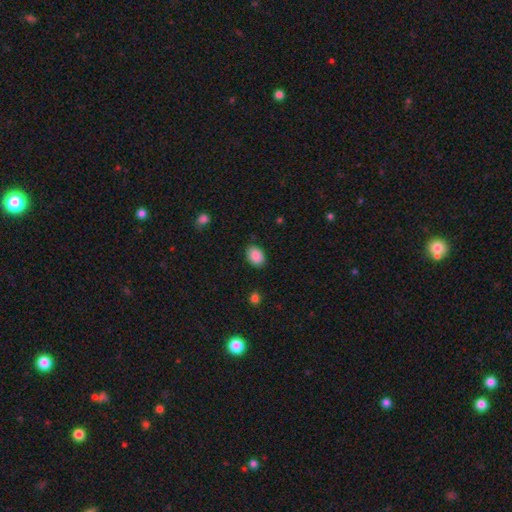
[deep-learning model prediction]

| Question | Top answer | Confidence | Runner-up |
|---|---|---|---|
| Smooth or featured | smooth | 89% | star or artifact (7%) |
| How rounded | in between | 78% | round (22%) |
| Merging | none | 84% | minor disturbance (12%) |